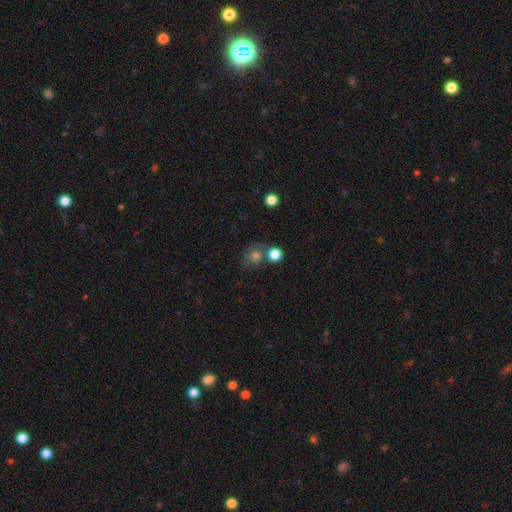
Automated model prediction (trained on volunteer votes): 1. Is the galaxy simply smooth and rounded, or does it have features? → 66% smooth, 19% star or artifact, 15% featured or disk.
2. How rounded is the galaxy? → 77% round, 22% in between, 1% cigar-shaped.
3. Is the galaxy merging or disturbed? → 55% none, 22% merger, 15% minor disturbance, 8% major disturbance.